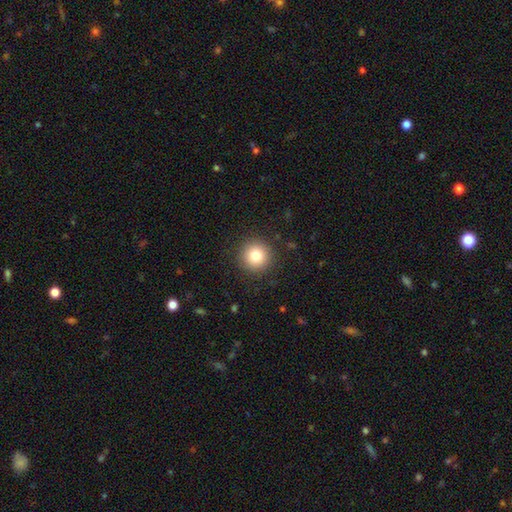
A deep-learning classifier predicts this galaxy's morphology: Overall: smooth (81%). How rounded: round (95%). Merging: none (90%).